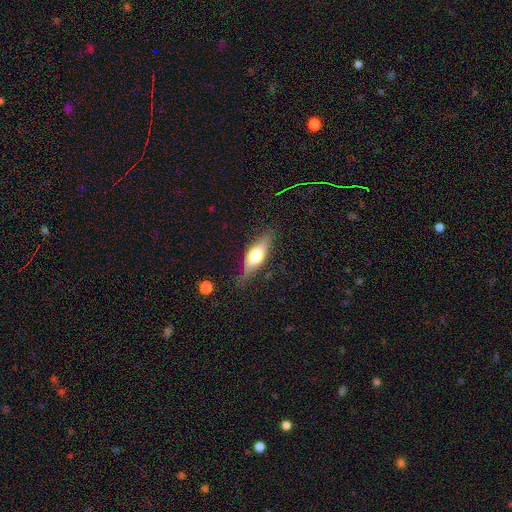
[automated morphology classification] A smooth galaxy with no disk features (52%) that is in between round and cigar-shaped (63%).

Vote fractions:
- Smooth or featured? smooth: 52% / featured or disk: 41% / star or artifact: 6%
- How rounded? in between: 63% / cigar-shaped: 33% / round: 3%
- Merging? none: 76% / minor disturbance: 18% / major disturbance: 5% / merger: 2%